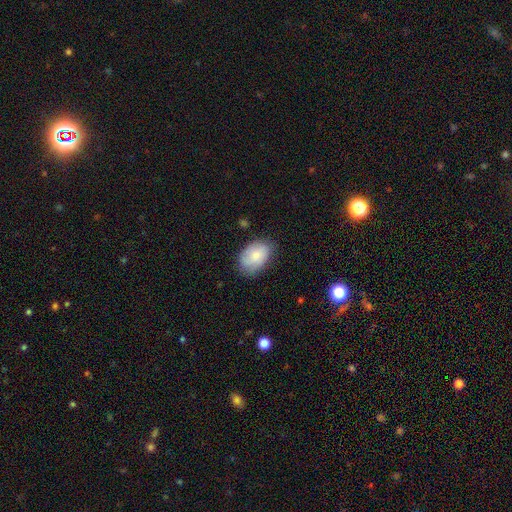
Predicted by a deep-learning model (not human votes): smooth_or_featured: smooth (p=0.74) [alt: featured or disk p=0.19]
how_rounded: in between (p=0.85) [alt: round p=0.14]
merging: none (p=0.70) [alt: minor disturbance p=0.24]